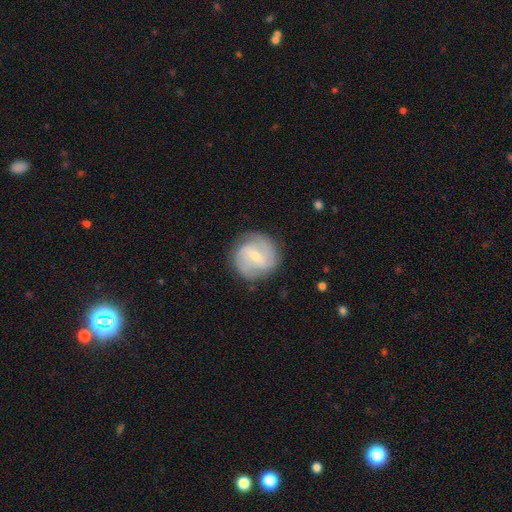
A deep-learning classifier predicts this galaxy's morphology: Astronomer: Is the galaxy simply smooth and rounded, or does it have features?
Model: featured or disk — 68%.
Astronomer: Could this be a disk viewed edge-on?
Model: no — 97%.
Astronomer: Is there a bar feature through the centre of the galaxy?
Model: weak — 57%.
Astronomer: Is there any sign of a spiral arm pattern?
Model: yes — 86%.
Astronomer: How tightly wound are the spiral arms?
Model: medium — 43% (runner-up: tight, 37%).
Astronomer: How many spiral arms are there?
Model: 2 — 63%.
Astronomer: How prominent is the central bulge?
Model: small — 53% (runner-up: moderate, 43%).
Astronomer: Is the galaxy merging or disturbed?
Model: none — 80%.